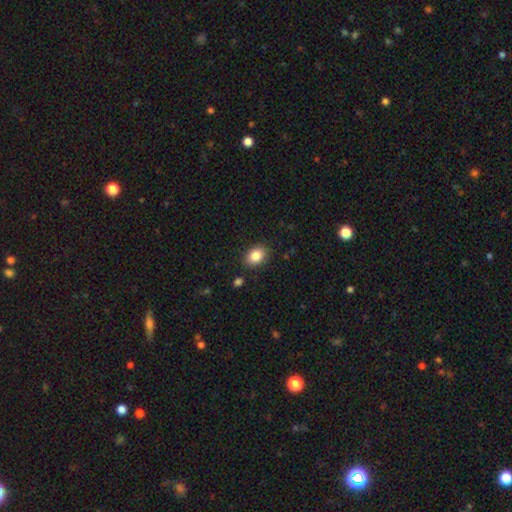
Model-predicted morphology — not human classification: Smooth or featured: smooth — 85% (star or artifact — 8%)
How rounded: in between — 77% (round — 22%)
Merging: none — 86% (minor disturbance — 9%)